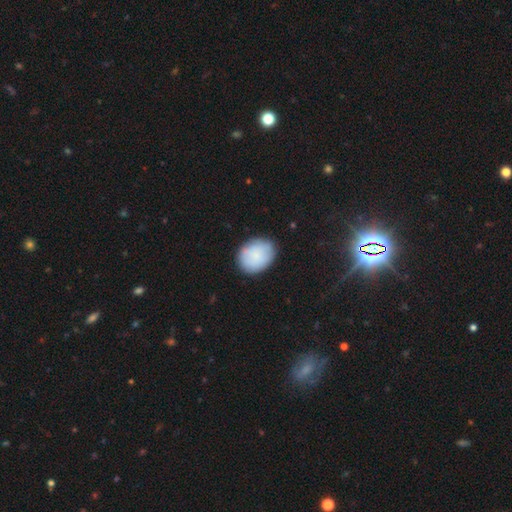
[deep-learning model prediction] smooth-or-featured: smooth: 83% | featured or disk: 10% | star or artifact: 7%
  how-rounded: in between: 55% | round: 44% | cigar-shaped: 1%
  merging: none: 82% | minor disturbance: 14% | major disturbance: 3% | merger: 1%